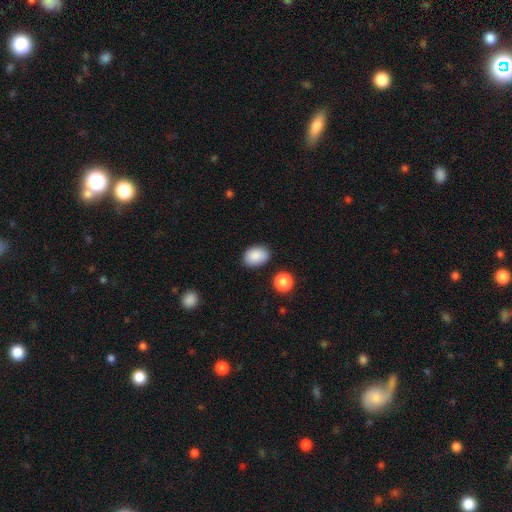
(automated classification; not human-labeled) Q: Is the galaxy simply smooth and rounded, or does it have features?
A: smooth — 88%.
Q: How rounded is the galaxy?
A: in between — 82%.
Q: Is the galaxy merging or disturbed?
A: none — 82%.